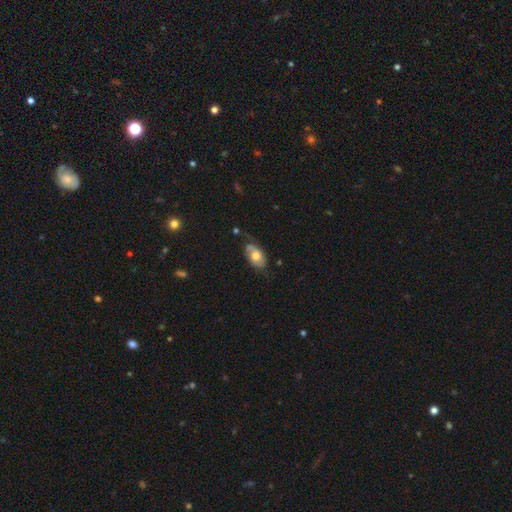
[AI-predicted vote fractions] A featured or disk galaxy (47%). Merging: none (53%).